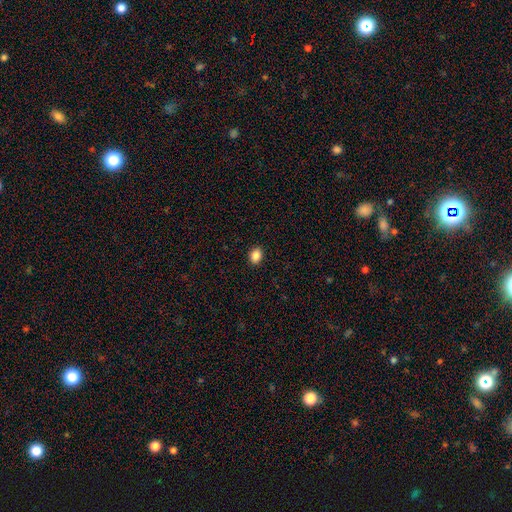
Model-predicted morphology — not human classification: type=smooth (87%); roundness=in between (59%); merging=none (91%).